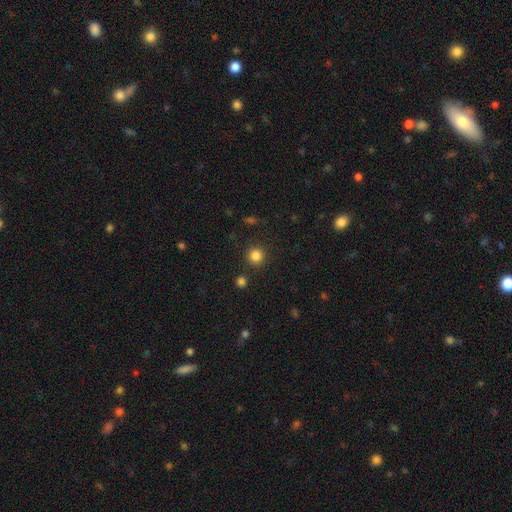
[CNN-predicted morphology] The model was most divided on "smooth or featured": smooth: 84%, star or artifact: 12%, featured or disk: 4%. More confident: how rounded — round (94%); merging — none (89%).